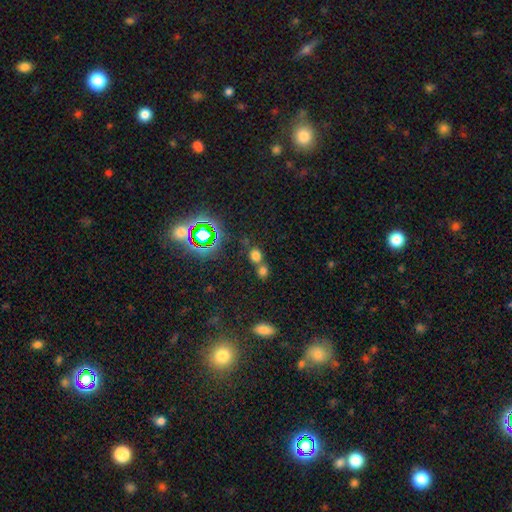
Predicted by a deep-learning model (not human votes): The model was most divided on "merging": none: 46%, merger: 44%, minor disturbance: 7%, major disturbance: 3%. More confident: how rounded — round (70%); smooth or featured — smooth (65%).